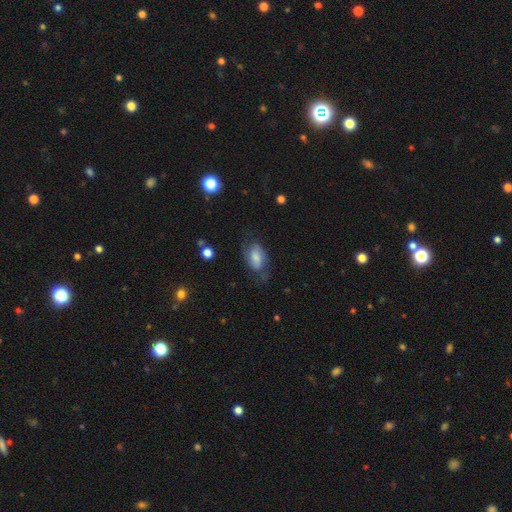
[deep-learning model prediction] Smooth or featured: smooth — 52% (featured or disk — 38%)
How rounded: in between — 89% (round — 8%)
Merging: none — 59% (minor disturbance — 25%)